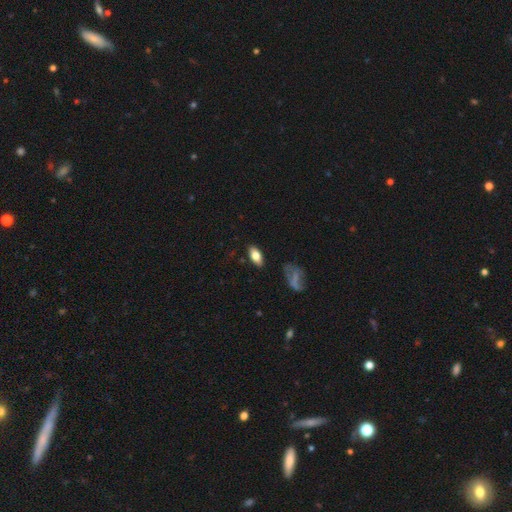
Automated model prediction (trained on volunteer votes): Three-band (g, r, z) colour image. It shows a smooth galaxy with no disk features (74%) that is in between round and cigar-shaped (88%). Merging: none (84%).